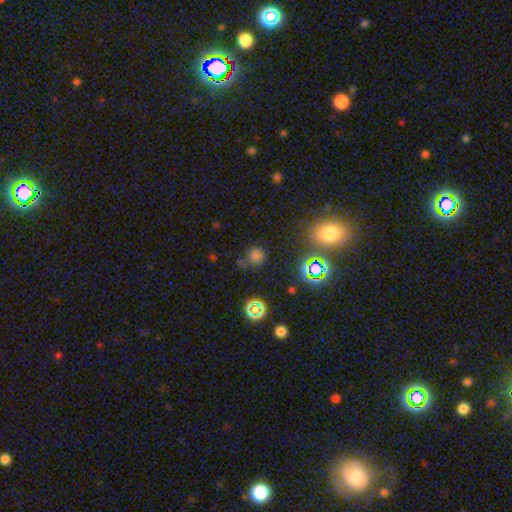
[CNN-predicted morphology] Overall: smooth (59%; star or artifact 32%). How rounded: round (86%). Merging: none (66%).